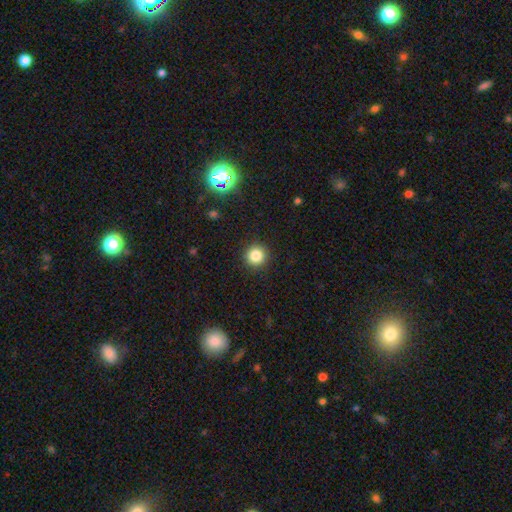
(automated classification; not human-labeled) A smooth galaxy with no disk features (83%) that is round (93%).

Vote fractions:
- Smooth or featured? smooth: 83% / star or artifact: 12% / featured or disk: 5%
- How rounded? round: 93% / in between: 6% / cigar-shaped: 1%
- Merging? none: 91% / minor disturbance: 6% / major disturbance: 2% / merger: 1%